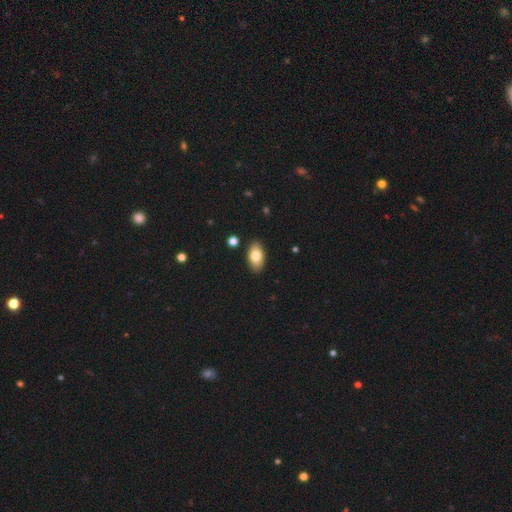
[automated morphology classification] smooth 79%, featured or disk 14%, star or artifact 7%. Down the decision tree: how rounded — in between (93%); merging — none (88%).